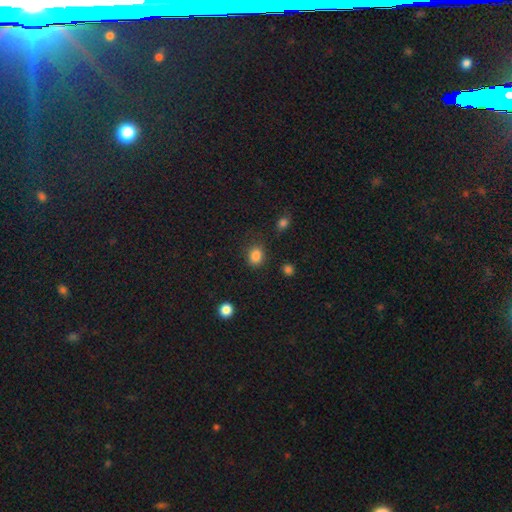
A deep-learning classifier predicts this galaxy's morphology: A smooth galaxy with no disk features (85%) that is round (51%).

Vote fractions:
- Smooth or featured? smooth: 85% / star or artifact: 11% / featured or disk: 4%
- How rounded? round: 51% / in between: 48% / cigar-shaped: 1%
- Merging? none: 81% / minor disturbance: 13% / major disturbance: 4% / merger: 3%